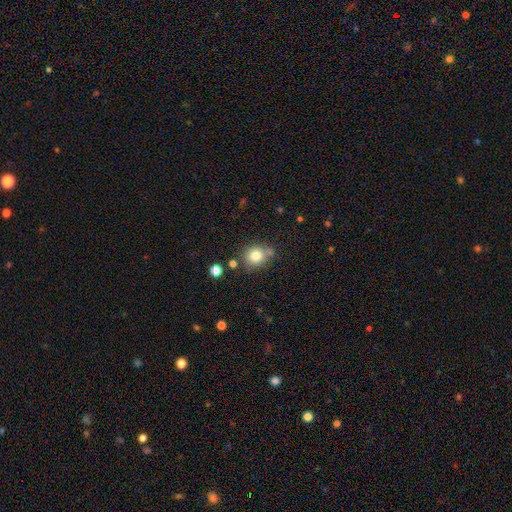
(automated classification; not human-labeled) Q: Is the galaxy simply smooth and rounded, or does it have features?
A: smooth — 79%.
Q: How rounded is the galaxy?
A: round — 78%.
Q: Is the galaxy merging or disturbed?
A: none — 66%.